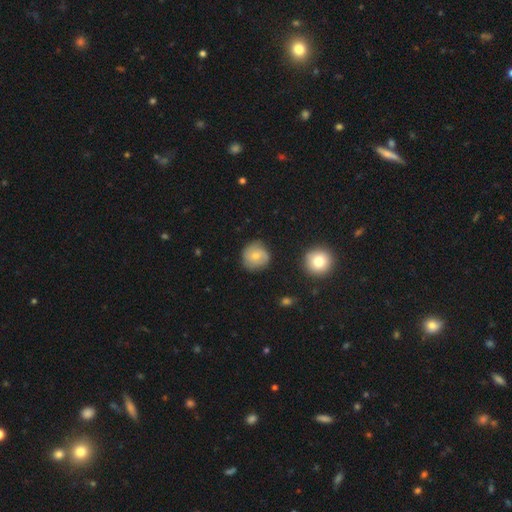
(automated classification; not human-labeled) Q: Smooth or featured?
A: smooth (61%); runner-up: featured or disk (31%)
Q: How rounded?
A: round (89%); runner-up: in between (10%)
Q: Merging?
A: none (77%); runner-up: minor disturbance (17%)